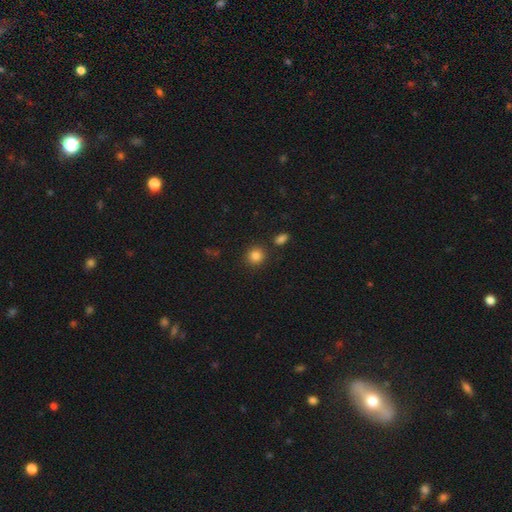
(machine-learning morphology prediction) This appears to be a smooth galaxy with no disk features (85%) that is round (86%). Merging: none (85%).